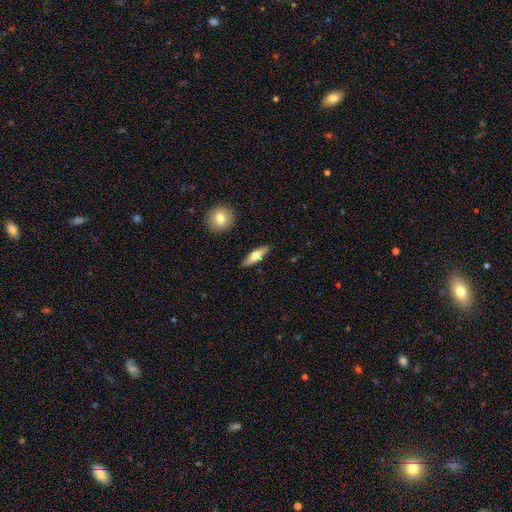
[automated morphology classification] Q: Smooth or featured?
A: smooth (58%); runner-up: featured or disk (36%)
Q: How rounded?
A: cigar-shaped (56%); runner-up: in between (41%)
Q: Merging?
A: none (87%); runner-up: minor disturbance (9%)